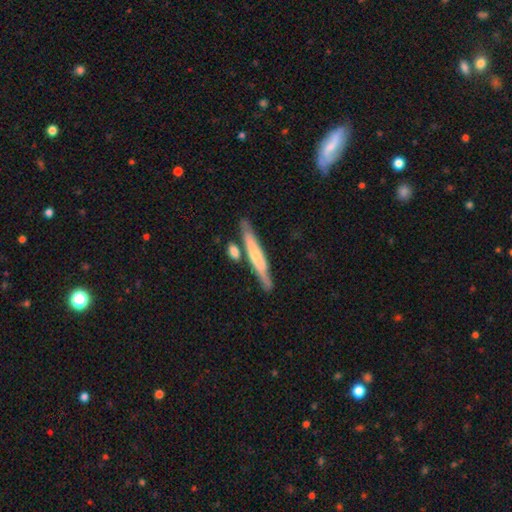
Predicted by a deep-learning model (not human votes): featured or disk 50%, smooth 45%, star or artifact 5%. Down the decision tree: merging — none (71%).